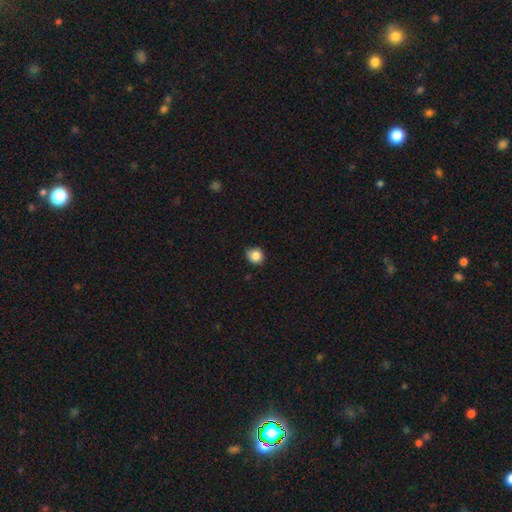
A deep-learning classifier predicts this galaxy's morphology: smooth-or-featured: smooth: 85% | star or artifact: 10% | featured or disk: 5%
  how-rounded: round: 78% | in between: 21% | cigar-shaped: 1%
  merging: none: 75% | minor disturbance: 21% | major disturbance: 3% | merger: 1%